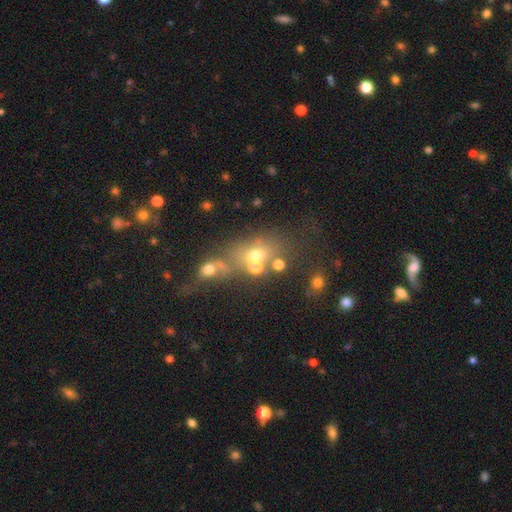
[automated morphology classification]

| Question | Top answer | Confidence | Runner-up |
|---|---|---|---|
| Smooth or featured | smooth | 51% | featured or disk (26%) |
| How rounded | in between | 58% | round (37%) |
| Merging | merger | 40% | none (35%) |